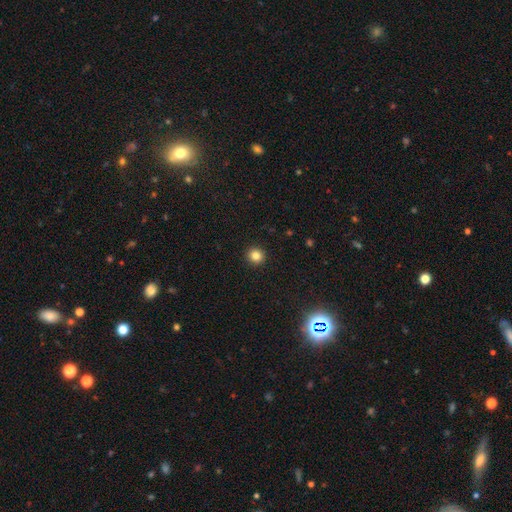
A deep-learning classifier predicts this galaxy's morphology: A smooth galaxy with no disk features (83%) that is round (93%). Merging: none (93%).